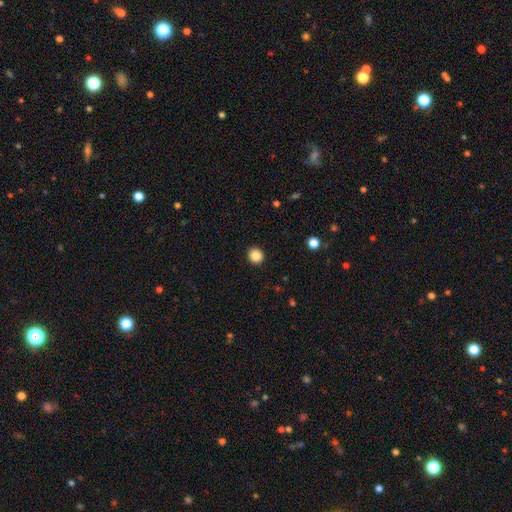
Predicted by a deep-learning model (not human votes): Smooth or featured? smooth (87%)
How rounded? round (89%)
Merging? none (92%)